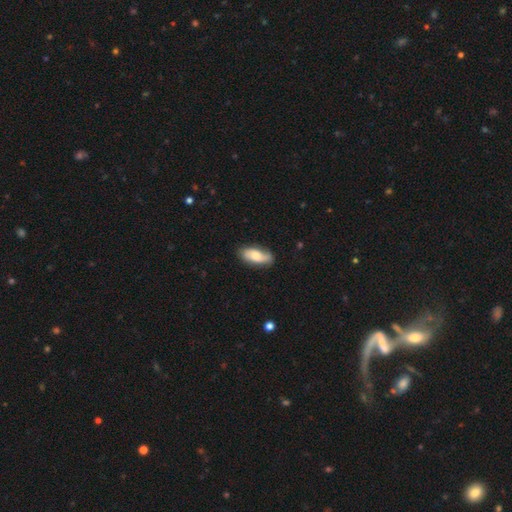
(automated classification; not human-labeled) This is likely a smooth galaxy (63%). How rounded: clearly in between (85%). Merging: likely none (79%).